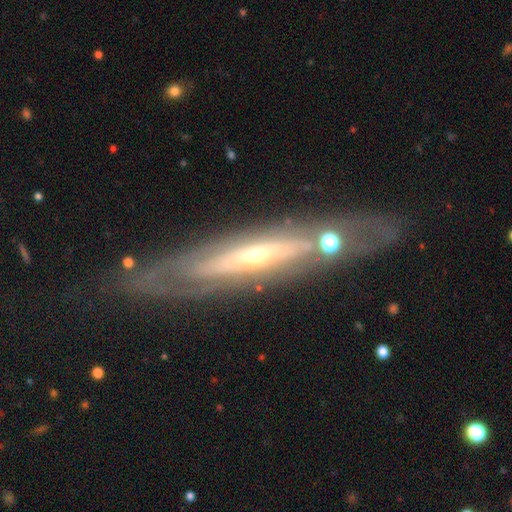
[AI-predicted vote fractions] The model was most divided on "edge-on disk" (2-way tie): yes: 50%, no: 50%. More confident: smooth or featured — featured or disk (78%); merging — none (74%).